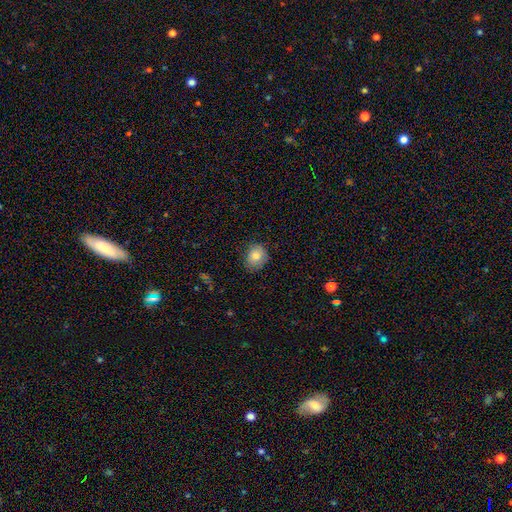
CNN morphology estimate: A smooth galaxy with no disk features (81%) that is round (66%).

Vote fractions:
- Smooth or featured? smooth: 81% / featured or disk: 11% / star or artifact: 9%
- How rounded? round: 66% / in between: 33% / cigar-shaped: 1%
- Merging? none: 76% / minor disturbance: 19% / major disturbance: 4% / merger: 1%